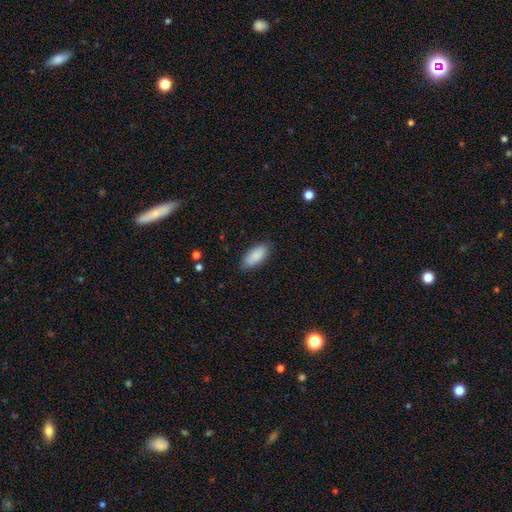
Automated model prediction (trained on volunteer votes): Smooth or featured?
  - smooth: 87% *
  - featured or disk: 7%
  - star or artifact: 6%
How rounded?
  - in between: 89% *
  - cigar-shaped: 9%
  - round: 2%
Merging?
  - none: 82% *
  - minor disturbance: 14%
  - major disturbance: 3%
  - merger: 1%